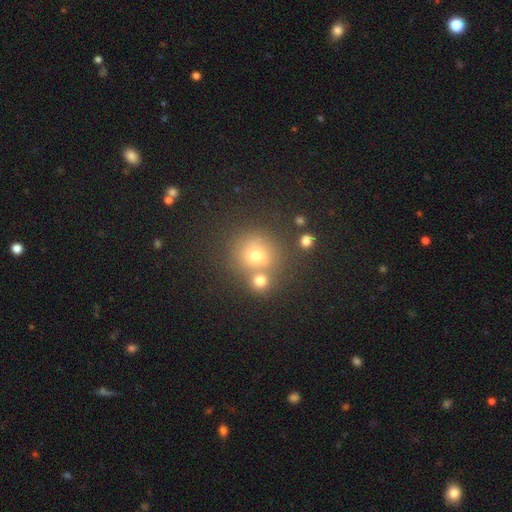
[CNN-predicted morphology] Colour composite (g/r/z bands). It shows a smooth galaxy with no disk features (61%) that is round (87%). Merging: none (57%).